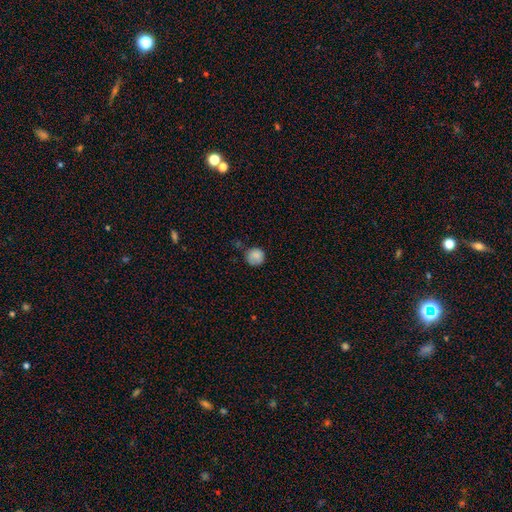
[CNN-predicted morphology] The model was most divided on "merging": none: 67%, minor disturbance: 25%, major disturbance: 5%, merger: 3%. More confident: how rounded — round (89%); smooth or featured — smooth (84%).